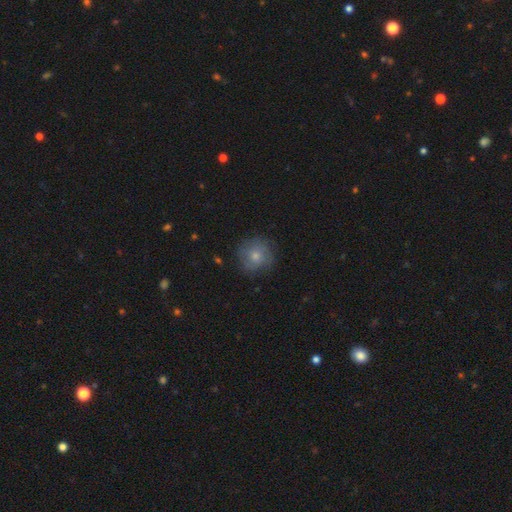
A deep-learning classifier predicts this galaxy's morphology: smooth_or_featured: smooth (p=0.62) [alt: featured or disk p=0.29]
how_rounded: round (p=0.91) [alt: in between p=0.08]
merging: none (p=0.77) [alt: minor disturbance p=0.16]